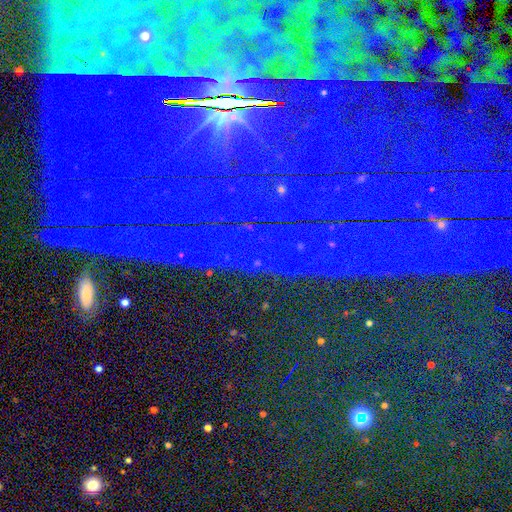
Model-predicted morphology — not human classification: smooth_or_featured: star or artifact (p=0.87) [alt: featured or disk p=0.07]